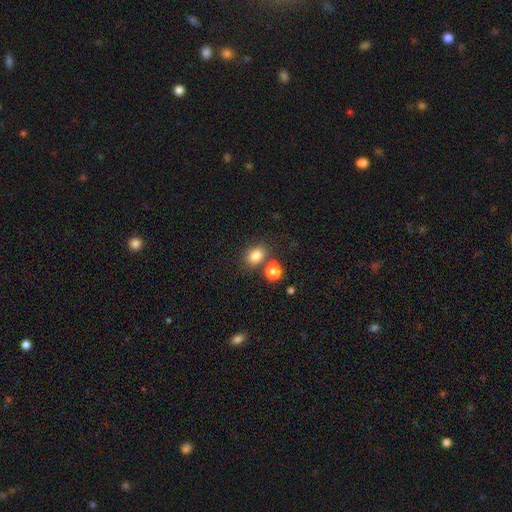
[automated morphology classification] Overall: smooth (80%). How rounded: in between (53%; round 46%). Merging: none (67%).